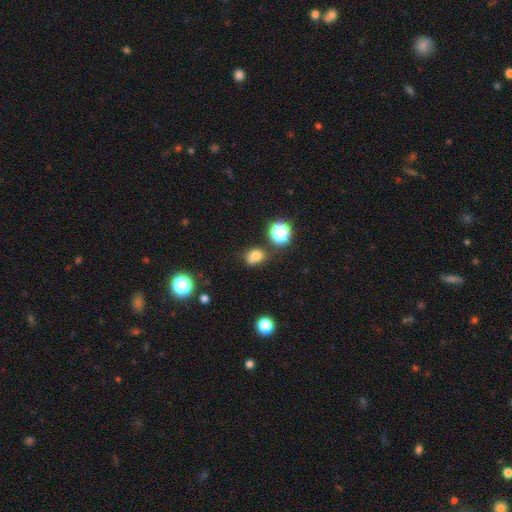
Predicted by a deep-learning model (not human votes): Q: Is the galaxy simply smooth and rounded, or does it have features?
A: smooth — 72%.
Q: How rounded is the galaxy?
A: round — 59%.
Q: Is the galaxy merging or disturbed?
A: none — 46%.